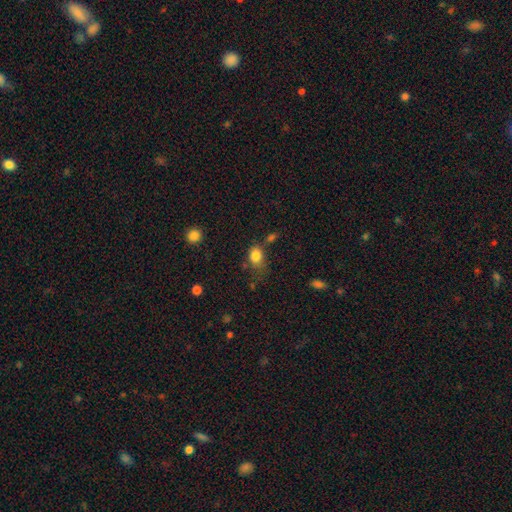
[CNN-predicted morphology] smooth-or-featured: smooth: 82% | star or artifact: 11% | featured or disk: 7%
  how-rounded: in between: 66% | round: 33% | cigar-shaped: 1%
  merging: none: 54% | minor disturbance: 26% | major disturbance: 11% | merger: 10%